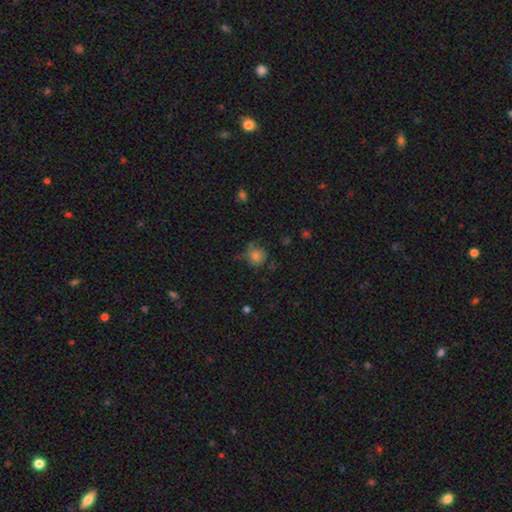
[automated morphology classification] A smooth galaxy with no disk features (74%) that is round (83%). Merging: none (60%).